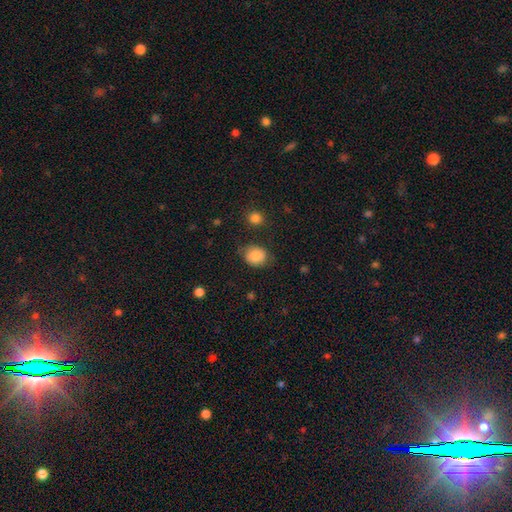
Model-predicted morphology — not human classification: This is clearly a smooth galaxy (85%). How rounded: likely round (61%). Merging: likely none (71%).